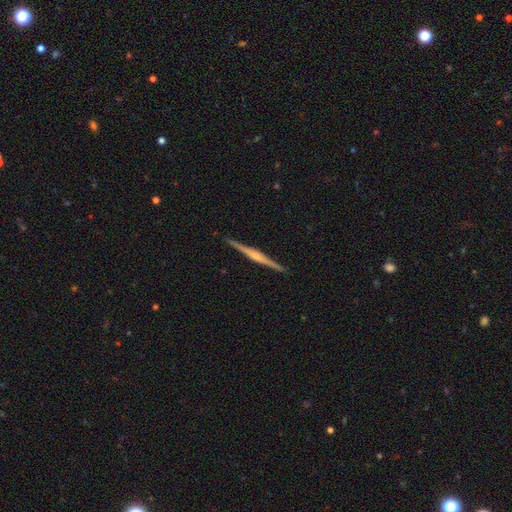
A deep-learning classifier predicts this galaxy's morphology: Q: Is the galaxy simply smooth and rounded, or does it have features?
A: featured or disk — 83%.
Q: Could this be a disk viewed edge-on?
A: yes — 99%.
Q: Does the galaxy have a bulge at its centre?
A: rounded — 74%.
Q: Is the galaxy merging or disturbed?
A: none — 92%.